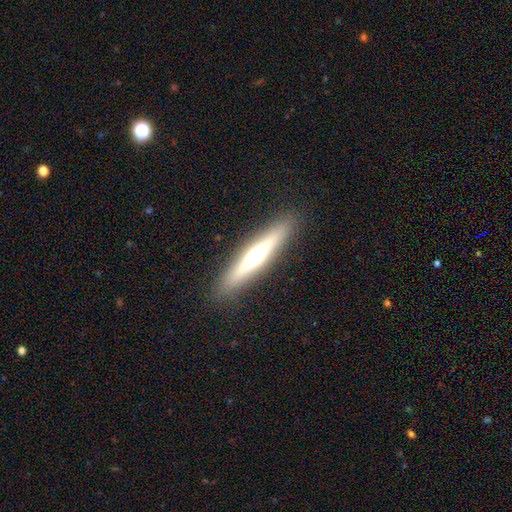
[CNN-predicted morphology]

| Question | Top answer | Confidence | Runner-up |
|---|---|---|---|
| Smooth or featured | featured or disk | 61% | smooth (31%) |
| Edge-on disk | yes | 94% | no (6%) |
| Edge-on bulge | rounded | 86% | boxy (7%) |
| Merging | none | 89% | minor disturbance (7%) |